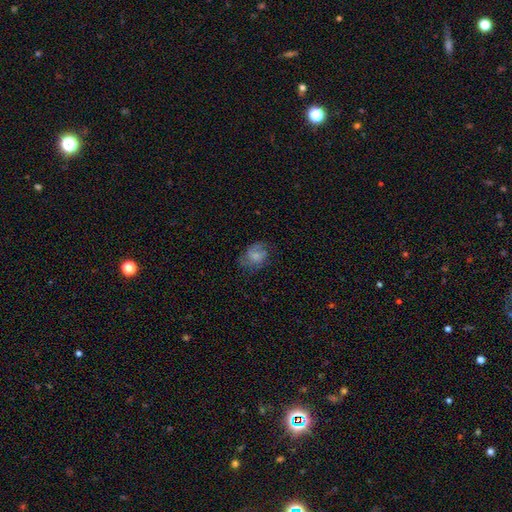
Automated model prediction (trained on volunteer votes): Smooth or featured: smooth — 56% (featured or disk — 35%)
How rounded: in between — 63% (round — 36%)
Merging: none — 58% (minor disturbance — 25%)